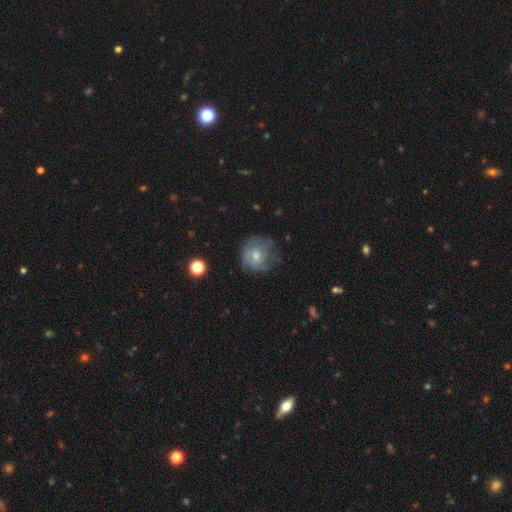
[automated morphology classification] A featured or disk galaxy (47%).

Vote fractions:
- Smooth or featured? featured or disk: 47% / smooth: 45% / star or artifact: 8%
- Merging? none: 60% / minor disturbance: 26% / major disturbance: 13% / merger: 2%